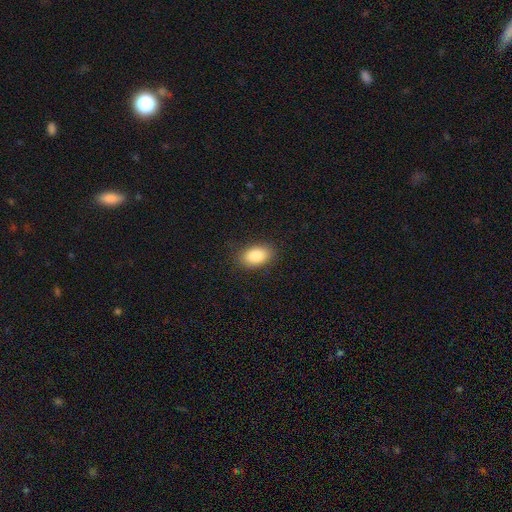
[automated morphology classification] This appears to be a smooth galaxy with no disk features (88%) that is in between round and cigar-shaped (91%). Merging: none (86%).